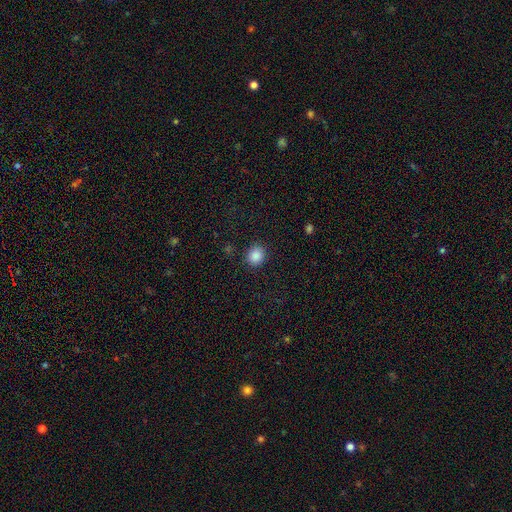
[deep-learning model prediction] Morphology: type=smooth (87%); roundness=round (79%); merging=none (88%).